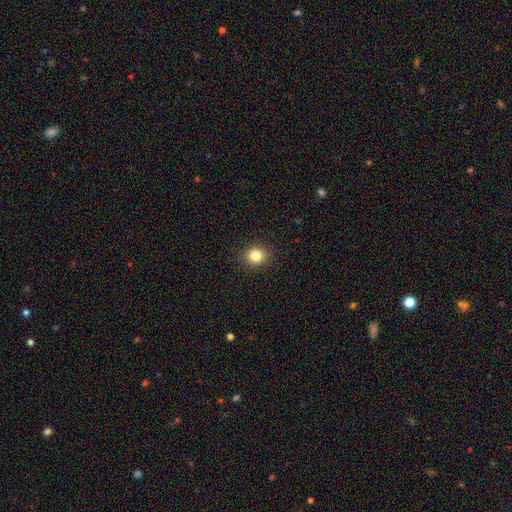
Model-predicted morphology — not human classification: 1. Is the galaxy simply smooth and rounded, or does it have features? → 82% smooth, 12% star or artifact, 5% featured or disk.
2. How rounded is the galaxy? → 87% round, 13% in between, 1% cigar-shaped.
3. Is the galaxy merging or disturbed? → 92% none, 6% minor disturbance, 2% major disturbance, 1% merger.